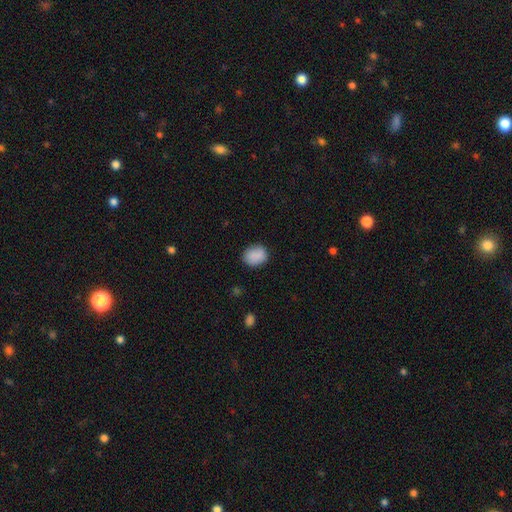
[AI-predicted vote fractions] Smooth or featured? smooth (89%)
How rounded? round (50%)
Merging? none (84%)